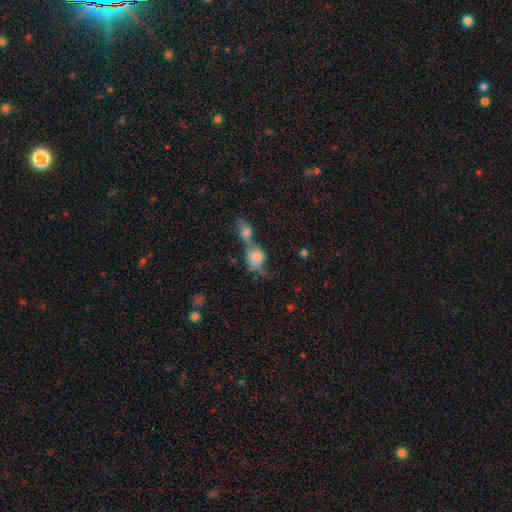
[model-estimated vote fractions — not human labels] Q: Smooth or featured?
A: smooth (62%); runner-up: featured or disk (27%)
Q: How rounded?
A: in between (50%); runner-up: round (44%)
Q: Merging?
A: merger (70%); runner-up: none (14%)